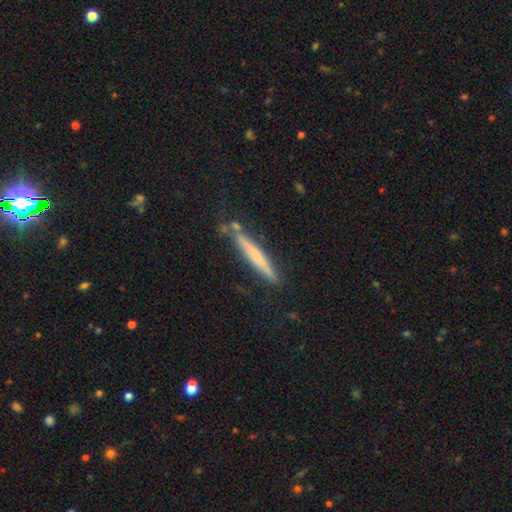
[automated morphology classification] Smooth or featured? smooth (57%)
How rounded? cigar-shaped (96%)
Merging? none (78%)